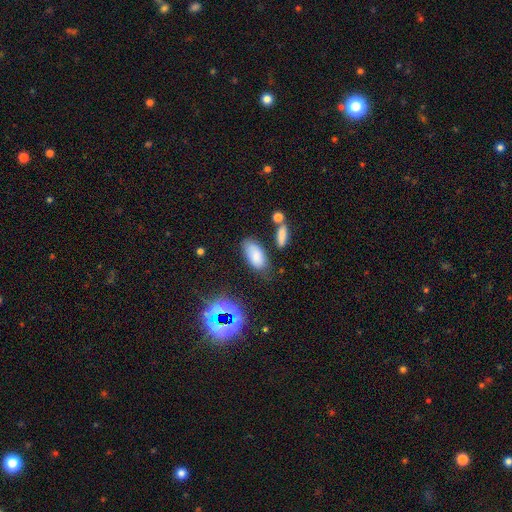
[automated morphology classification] Smooth or featured? smooth (80%)
How rounded? in between (90%)
Merging? none (69%)